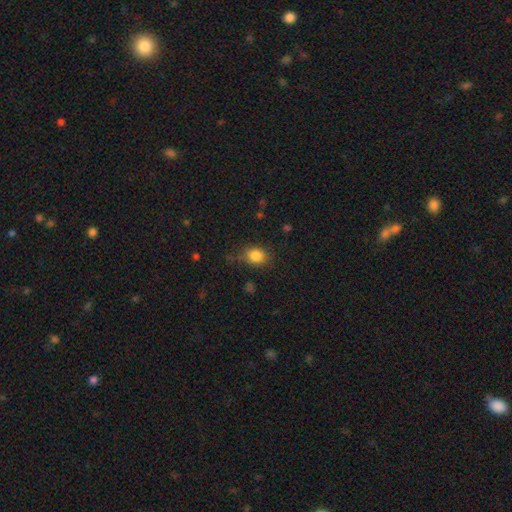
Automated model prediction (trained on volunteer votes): A smooth galaxy with no disk features (84%) that is round (51%). Merging: none (74%).